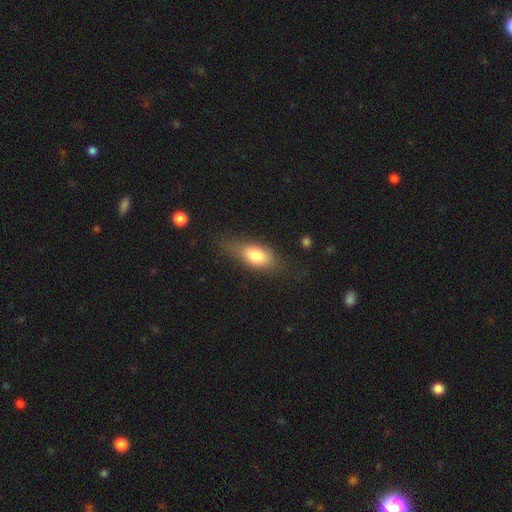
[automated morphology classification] A smooth galaxy with no disk features (73%) that is in between round and cigar-shaped (79%). Merging: none (60%).